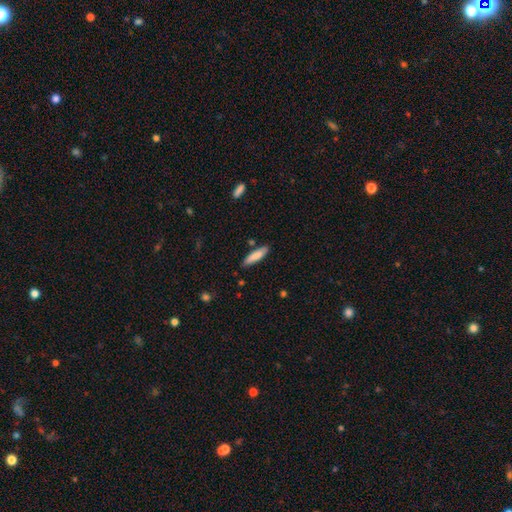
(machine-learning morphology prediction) This is clearly a smooth galaxy (83%). How rounded: likely cigar-shaped (71%). Merging: clearly none (84%).